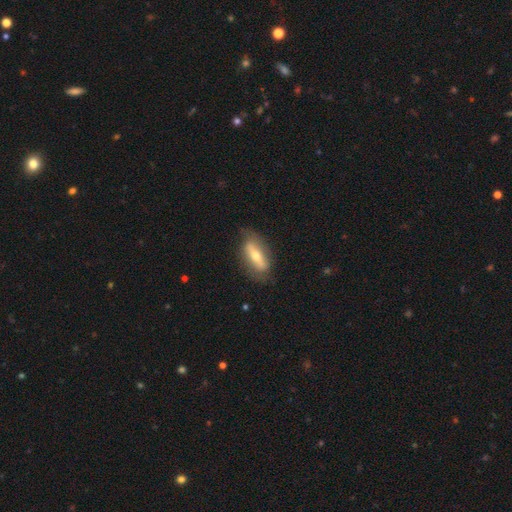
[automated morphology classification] Smooth or featured? Predicted: featured or disk (p=0.53). Edge-on disk? Predicted: no (p=0.64). Merging? Predicted: none (p=0.74).